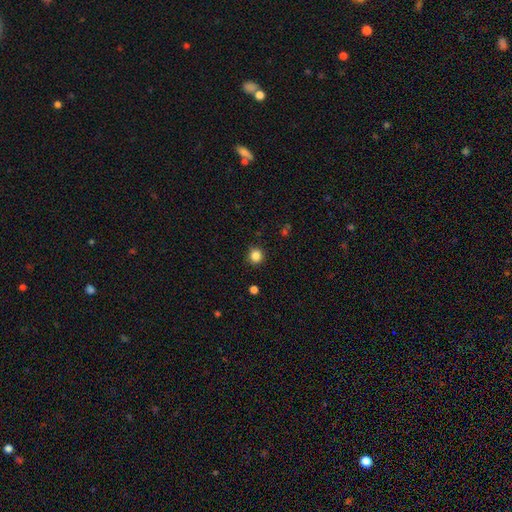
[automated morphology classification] smooth_or_featured: smooth (p=0.85) [alt: star or artifact p=0.12]
how_rounded: round (p=0.92) [alt: in between p=0.07]
merging: none (p=0.91) [alt: minor disturbance p=0.06]